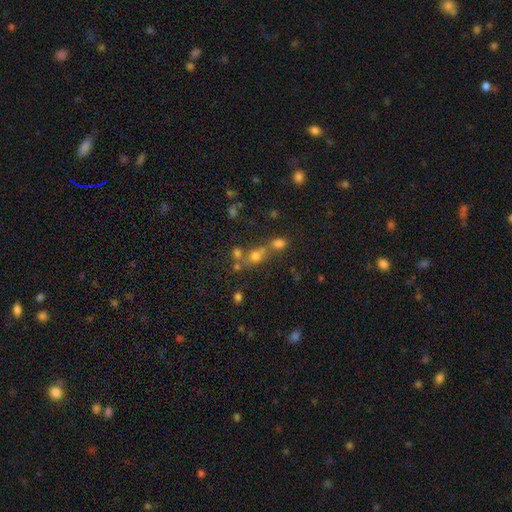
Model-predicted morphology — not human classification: A smooth galaxy with no disk features (56%) that is round (71%).

Vote fractions:
- Smooth or featured? smooth: 56% / star or artifact: 27% / featured or disk: 17%
- How rounded? round: 71% / in between: 26% / cigar-shaped: 3%
- Merging? merger: 46% / none: 41% / minor disturbance: 9% / major disturbance: 5%